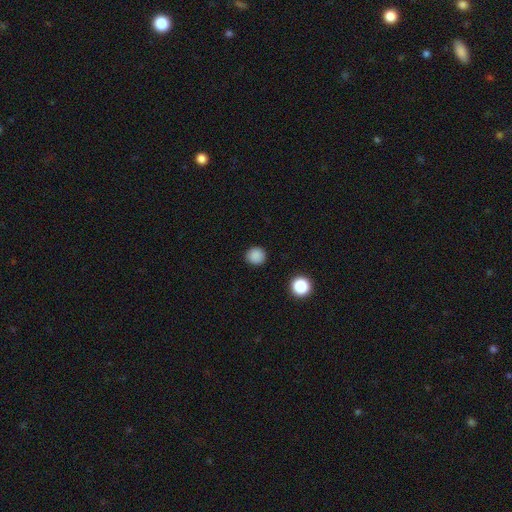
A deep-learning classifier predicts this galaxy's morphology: This appears to be a smooth galaxy with no disk features (86%) that is round (91%). Merging: none (90%).